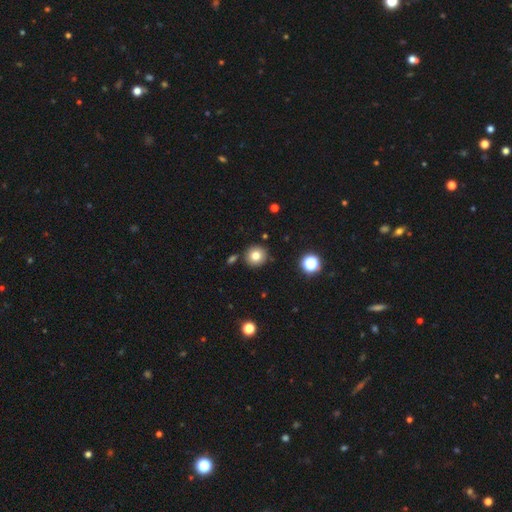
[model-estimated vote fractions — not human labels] A smooth galaxy with no disk features (79%) that is round (93%). Merging: none (86%).